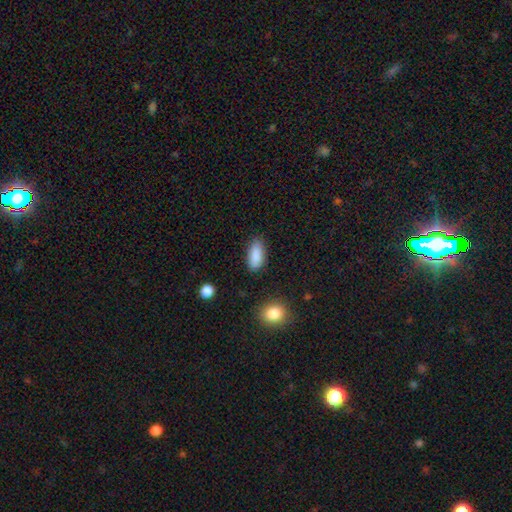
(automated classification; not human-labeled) The model was most divided on "merging": none: 81%, minor disturbance: 14%, major disturbance: 3%, merger: 2%. More confident: smooth or featured — smooth (88%); how rounded — in between (85%).